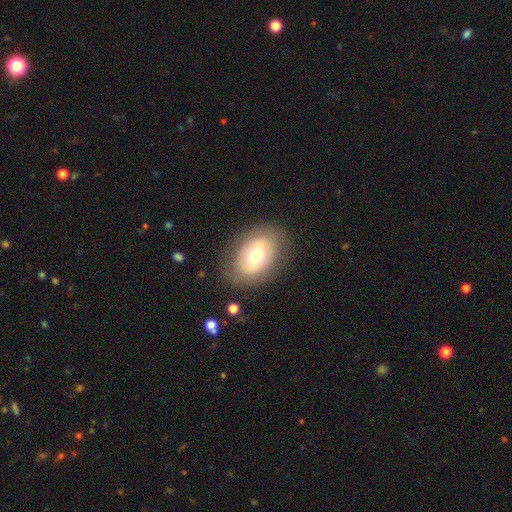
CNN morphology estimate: Smooth or featured? smooth (50%)
How rounded? in between (79%)
Merging? none (80%)